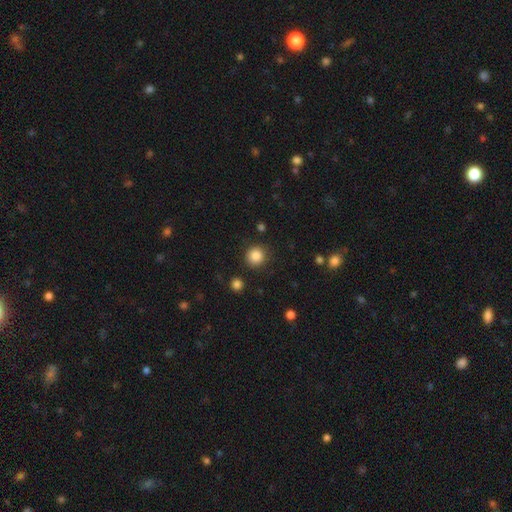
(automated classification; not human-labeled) Q: Smooth or featured?
A: smooth (86%); runner-up: star or artifact (10%)
Q: How rounded?
A: round (92%); runner-up: in between (7%)
Q: Merging?
A: none (88%); runner-up: minor disturbance (7%)